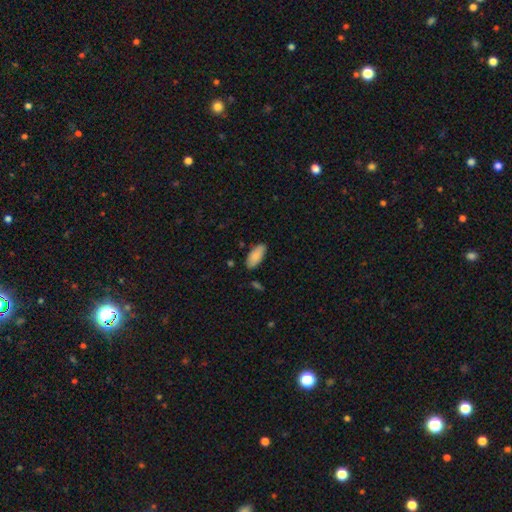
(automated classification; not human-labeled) A smooth galaxy with no disk features (87%) that is in between round and cigar-shaped (89%).

Vote fractions:
- Smooth or featured? smooth: 87% / featured or disk: 7% / star or artifact: 6%
- How rounded? in between: 89% / cigar-shaped: 10% / round: 2%
- Merging? none: 84% / minor disturbance: 11% / major disturbance: 2% / merger: 2%